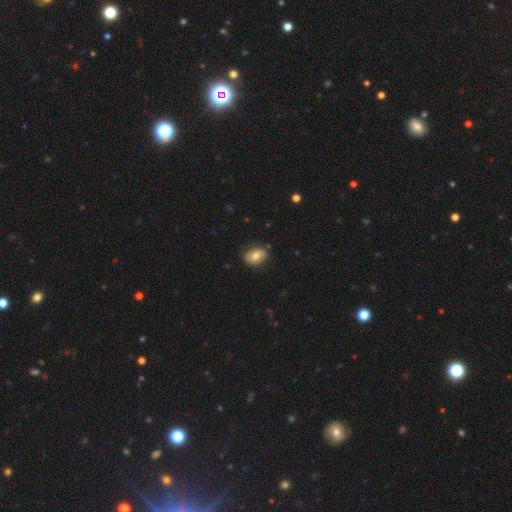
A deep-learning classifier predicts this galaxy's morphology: Smooth or featured: smooth — 76% (featured or disk — 16%)
How rounded: in between — 73% (round — 26%)
Merging: none — 79% (minor disturbance — 17%)